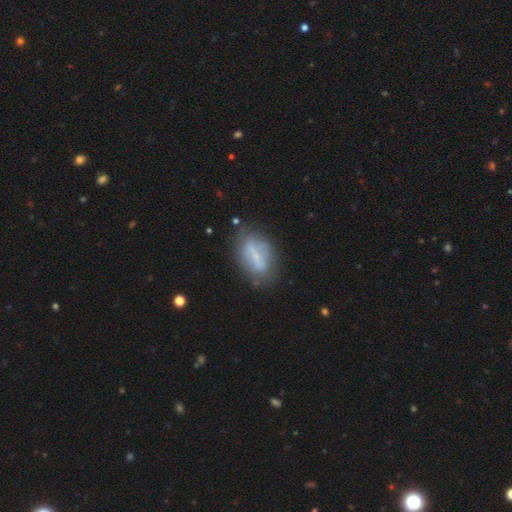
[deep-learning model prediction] Smooth or featured? Predicted: featured or disk (p=0.49). Merging? Predicted: none (p=0.64).